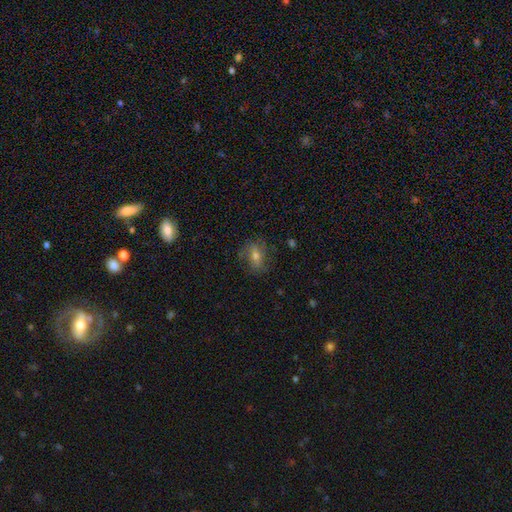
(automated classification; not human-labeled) Morphology: type=smooth (49%); merging=none (72%).